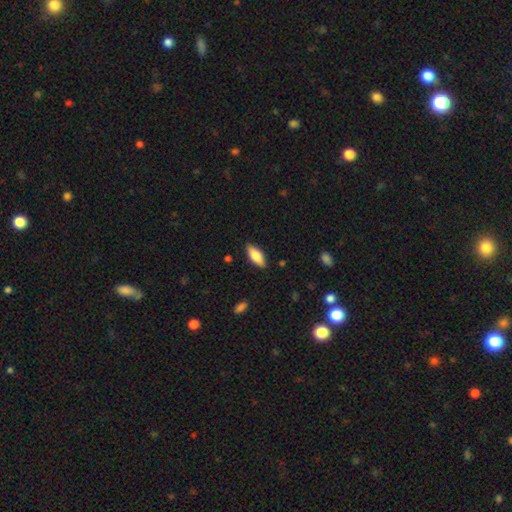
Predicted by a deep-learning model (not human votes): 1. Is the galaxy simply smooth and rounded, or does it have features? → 72% smooth, 22% featured or disk, 6% star or artifact.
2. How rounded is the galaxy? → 78% in between, 20% cigar-shaped, 2% round.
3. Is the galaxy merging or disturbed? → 87% none, 10% minor disturbance, 2% major disturbance, 1% merger.